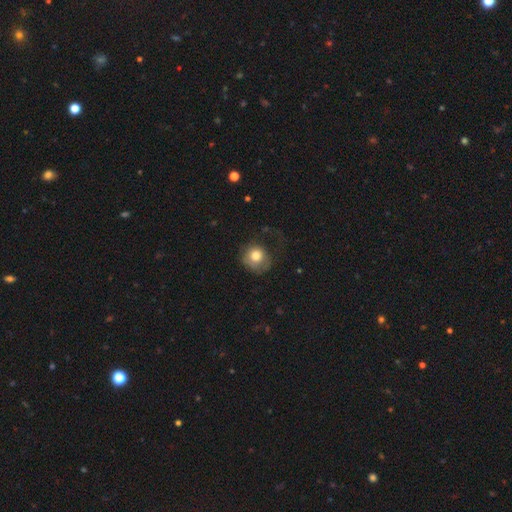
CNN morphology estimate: The model was most divided on "merging": none: 51%, major disturbance: 24%, minor disturbance: 23%, merger: 2%. More confident: how rounded — round (86%); smooth or featured — smooth (77%).